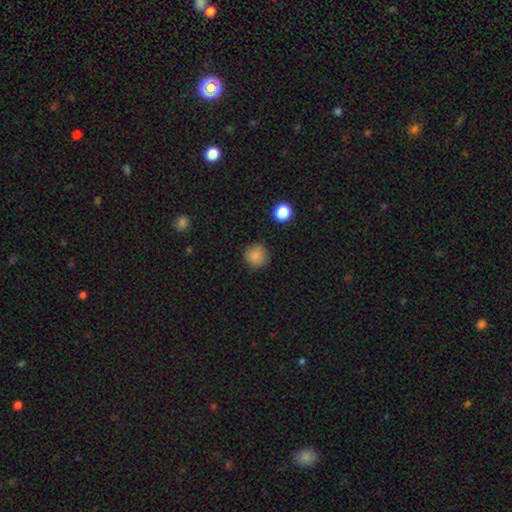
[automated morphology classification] type=smooth (86%); roundness=round (93%); merging=none (86%).